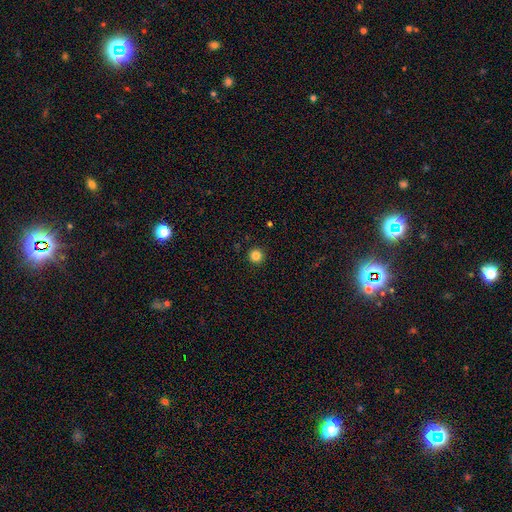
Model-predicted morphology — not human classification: smooth-or-featured: smooth: 84% | star or artifact: 12% | featured or disk: 4%
  how-rounded: round: 96% | in between: 3% | cigar-shaped: 1%
  merging: none: 93% | minor disturbance: 4% | major disturbance: 2% | merger: 1%